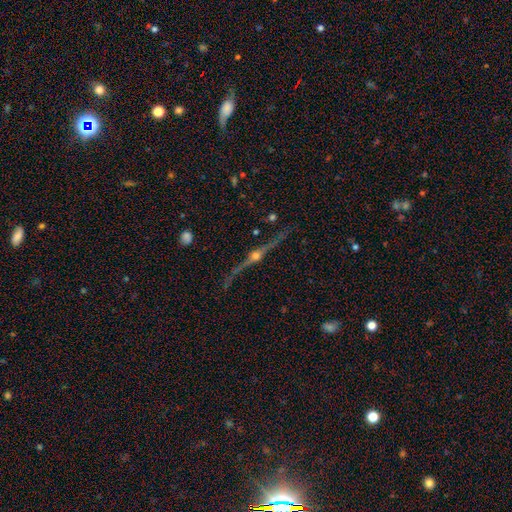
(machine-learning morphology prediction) This is clearly a featured or disk galaxy (87%). It is clearly viewed edge-on (97%). Edge-on bulge: clearly rounded (96%). Merging: clearly none (85%).